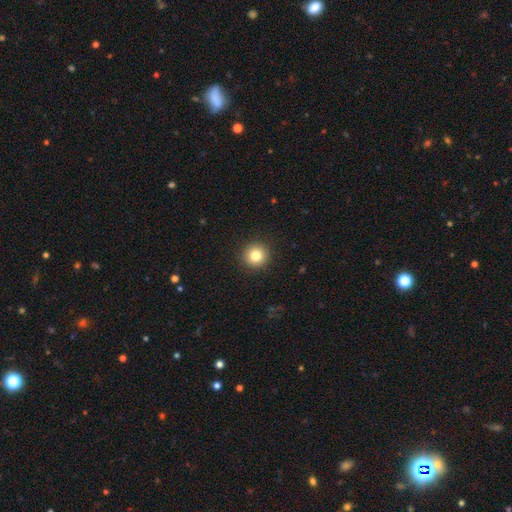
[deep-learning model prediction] The model was most divided on "smooth or featured": smooth: 82%, star or artifact: 11%, featured or disk: 7%. More confident: how rounded — round (95%); merging — none (92%).